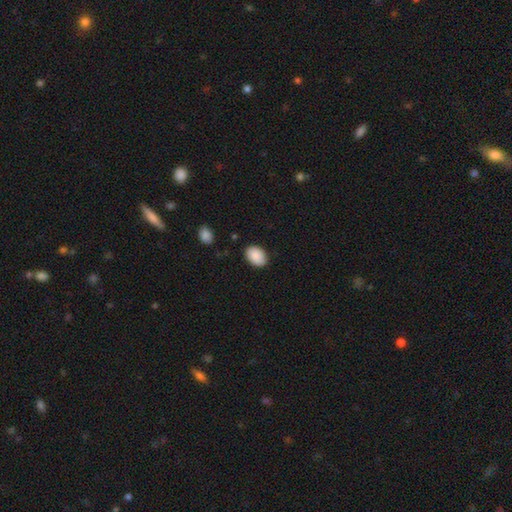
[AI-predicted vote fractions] Q: Smooth or featured?
A: smooth (89%); runner-up: star or artifact (7%)
Q: How rounded?
A: in between (81%); runner-up: round (18%)
Q: Merging?
A: none (82%); runner-up: minor disturbance (14%)